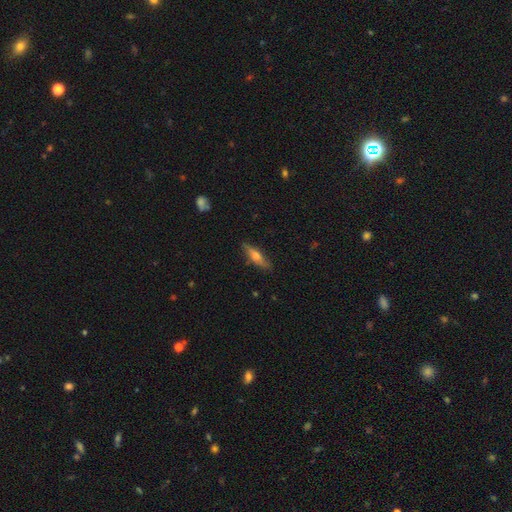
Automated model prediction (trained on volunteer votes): Smooth or featured?
  - featured or disk: 48% *
  - smooth: 46%
  - star or artifact: 7%
Merging?
  - none: 82% *
  - minor disturbance: 14%
  - major disturbance: 2%
  - merger: 1%